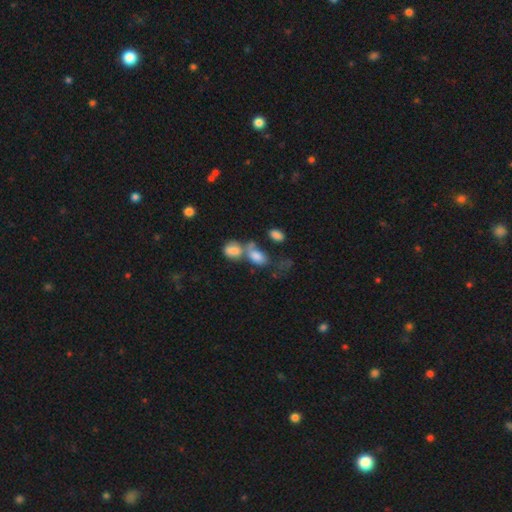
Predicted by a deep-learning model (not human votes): smooth-or-featured: smooth: 78% | featured or disk: 12% | star or artifact: 10%
  how-rounded: in between: 85% | round: 12% | cigar-shaped: 2%
  merging: merger: 58% | none: 24% | minor disturbance: 10% | major disturbance: 8%